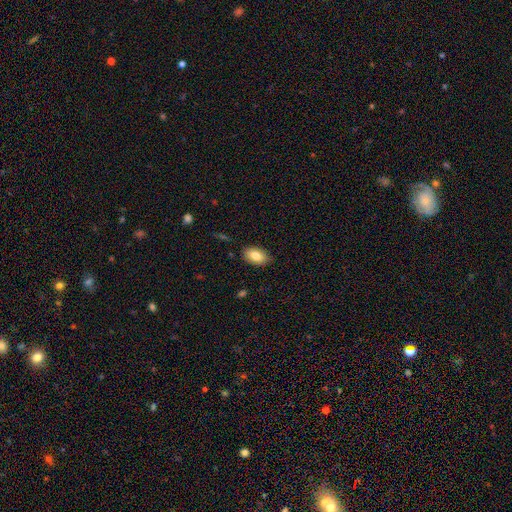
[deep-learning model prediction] This appears to be a smooth galaxy with no disk features (82%) that is in between round and cigar-shaped (89%). Merging: none (85%).